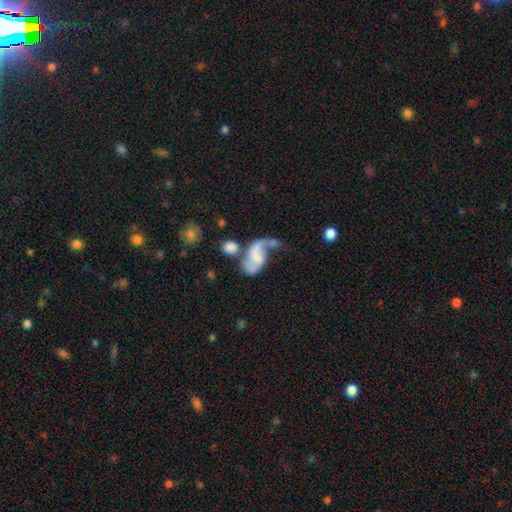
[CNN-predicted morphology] Smooth or featured: featured or disk — 64% (smooth — 28%)
Edge-on disk: no — 97% (yes — 3%)
Bar: no — 43% (weak — 38%)
Spiral arms: yes — 80% (no — 20%)
Bulge size: none — 44% (small — 24%)
Merging: merger — 32% (major disturbance — 30%)